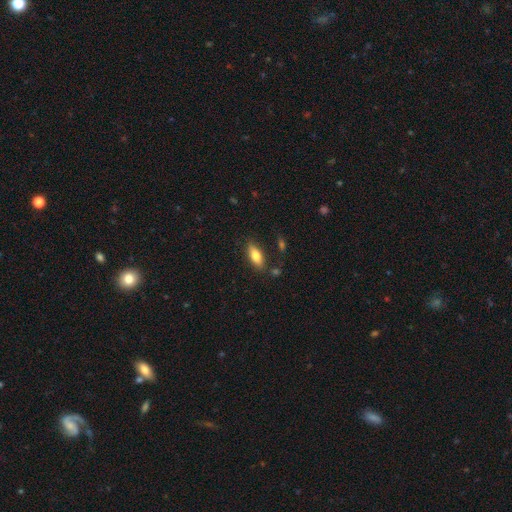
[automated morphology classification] smooth-or-featured: smooth: 78% | featured or disk: 15% | star or artifact: 7%
  how-rounded: in between: 76% | cigar-shaped: 21% | round: 3%
  merging: none: 81% | minor disturbance: 13% | merger: 3% | major disturbance: 3%